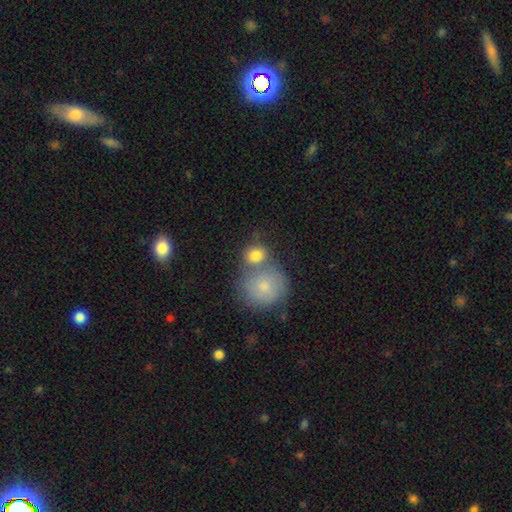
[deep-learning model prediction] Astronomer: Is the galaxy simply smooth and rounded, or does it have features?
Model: smooth — 79%.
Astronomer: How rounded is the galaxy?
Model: round — 76%.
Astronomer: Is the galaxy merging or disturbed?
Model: none — 44% (runner-up: merger, 39%).